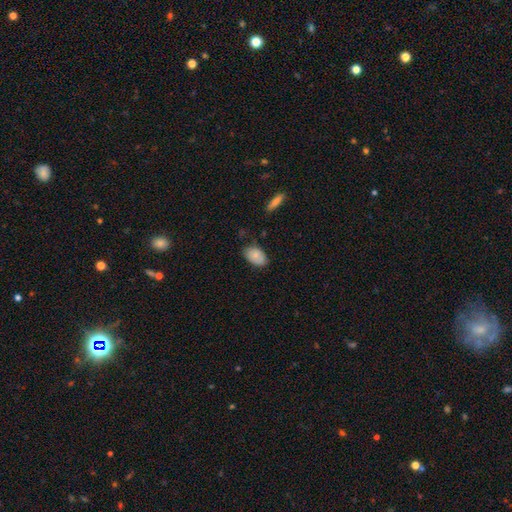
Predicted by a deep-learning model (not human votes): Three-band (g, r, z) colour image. It shows a smooth galaxy with no disk features (83%) that is in between round and cigar-shaped (92%). Merging: none (72%).